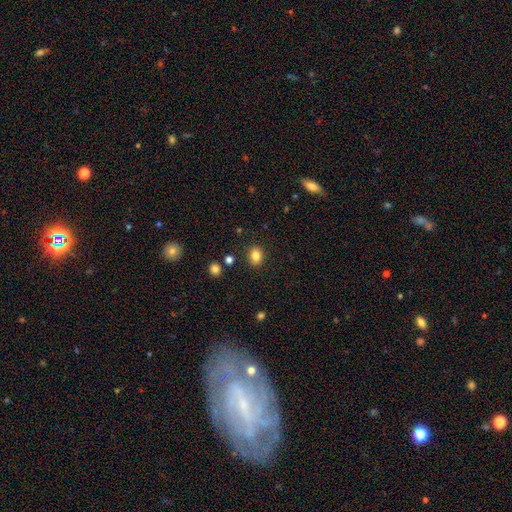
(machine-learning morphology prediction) smooth 84%, star or artifact 11%, featured or disk 5%. Down the decision tree: how rounded — round (52%); merging — none (88%).